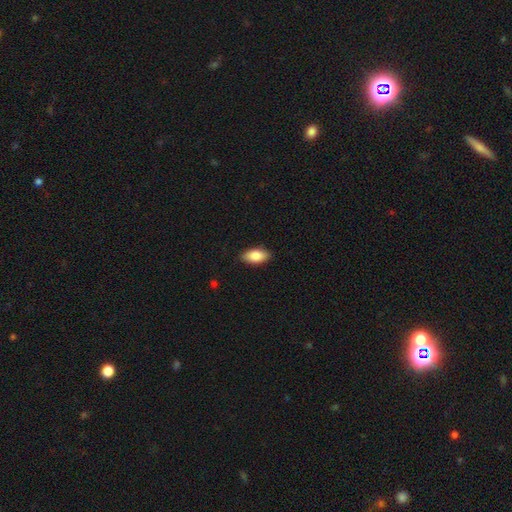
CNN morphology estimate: The model was most divided on "smooth or featured": smooth: 84%, featured or disk: 9%, star or artifact: 7%. More confident: how rounded — in between (91%); merging — none (88%).